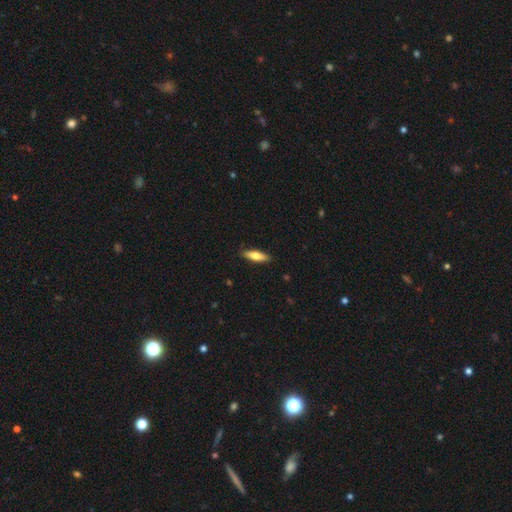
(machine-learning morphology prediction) Overall: smooth (69%). How rounded: cigar-shaped (54%; in between 44%). Merging: none (89%).